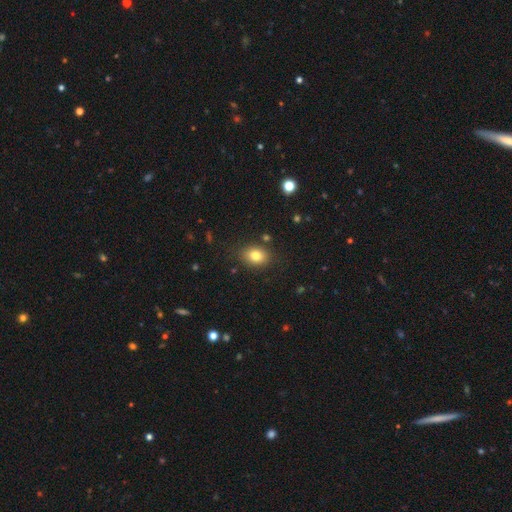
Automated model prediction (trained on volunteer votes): Smooth or featured?
  - smooth: 81% *
  - star or artifact: 10%
  - featured or disk: 9%
How rounded?
  - in between: 63% *
  - round: 36%
  - cigar-shaped: 1%
Merging?
  - none: 84% *
  - minor disturbance: 11%
  - major disturbance: 3%
  - merger: 2%